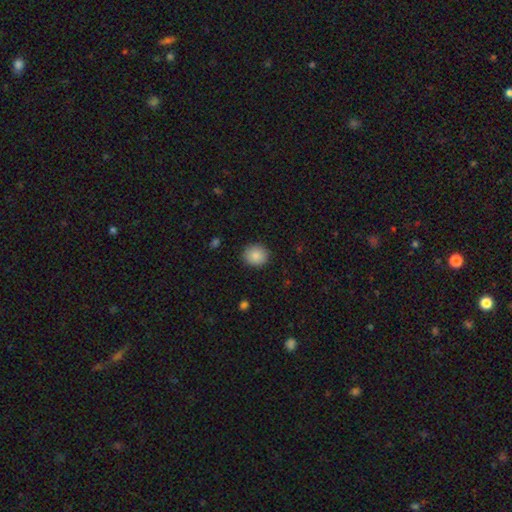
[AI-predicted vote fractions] Smooth or featured: smooth — 88% (star or artifact — 8%)
How rounded: round — 81% (in between — 18%)
Merging: none — 89% (minor disturbance — 8%)